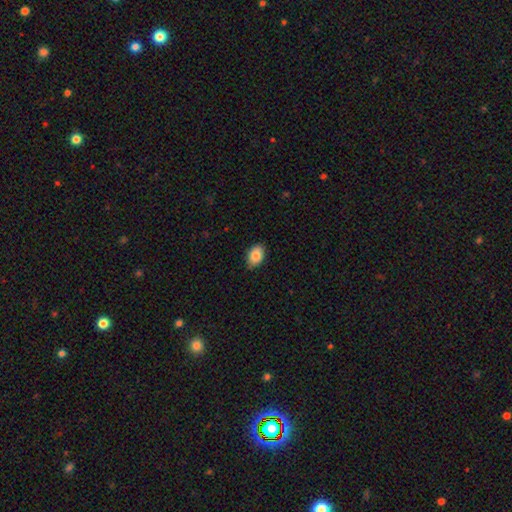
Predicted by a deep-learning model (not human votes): Smooth or featured?
  - smooth: 85% *
  - star or artifact: 8%
  - featured or disk: 7%
How rounded?
  - in between: 84% *
  - round: 15%
  - cigar-shaped: 1%
Merging?
  - none: 84% *
  - minor disturbance: 13%
  - major disturbance: 2%
  - merger: 1%